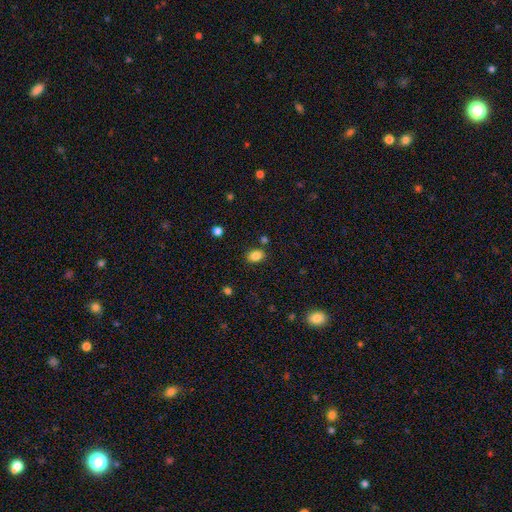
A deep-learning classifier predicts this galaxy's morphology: This appears to be a smooth galaxy with no disk features (85%) that is in between round and cigar-shaped (72%). Merging: none (81%).